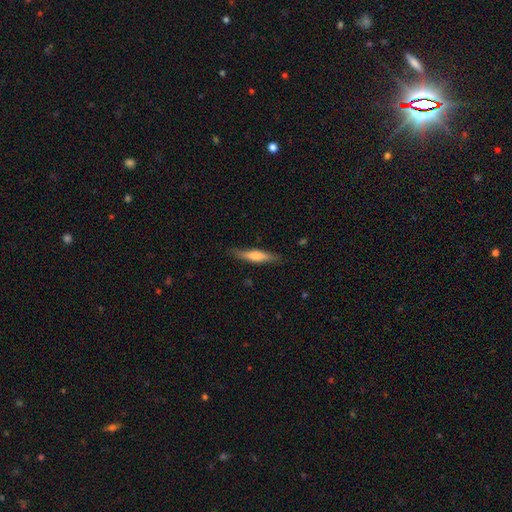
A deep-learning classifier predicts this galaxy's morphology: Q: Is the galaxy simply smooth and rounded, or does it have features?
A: smooth — 54%.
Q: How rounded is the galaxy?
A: cigar-shaped — 84%.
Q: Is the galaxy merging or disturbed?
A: none — 84%.